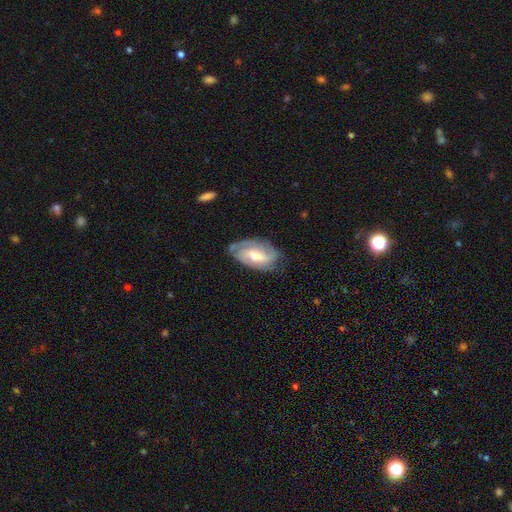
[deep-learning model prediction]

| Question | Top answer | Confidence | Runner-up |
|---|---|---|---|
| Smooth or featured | featured or disk | 71% | smooth (23%) |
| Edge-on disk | no | 95% | yes (5%) |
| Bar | weak | 50% | no (31%) |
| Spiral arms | yes | 90% | no (10%) |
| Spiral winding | tight | 45% | medium (40%) |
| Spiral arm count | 2 | 40% | can't tell (29%) |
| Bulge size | moderate | 55% | small (24%) |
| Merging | none | 61% | minor disturbance (27%) |